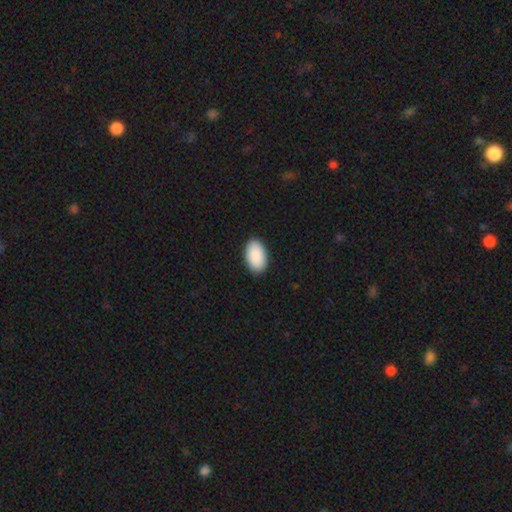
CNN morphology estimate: Smooth or featured? smooth (91%)
How rounded? in between (95%)
Merging? none (89%)